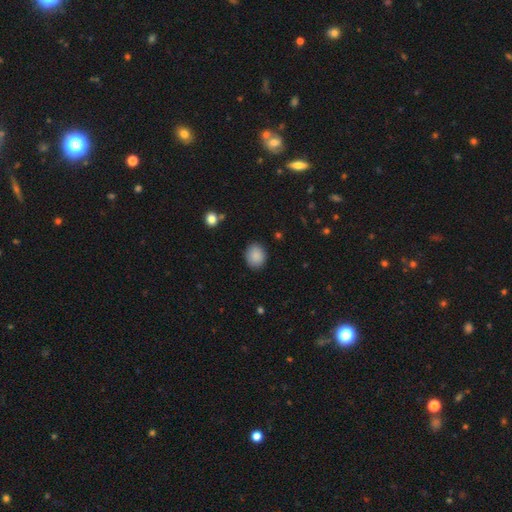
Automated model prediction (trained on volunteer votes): The model was most divided on "how rounded": round: 61%, in between: 38%, cigar-shaped: 1%. More confident: smooth or featured — smooth (88%); merging — none (87%).